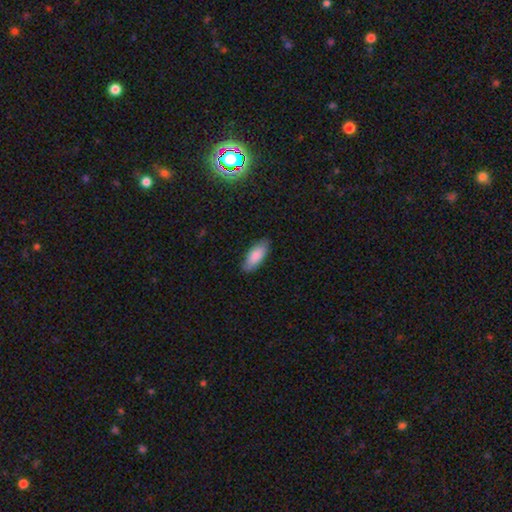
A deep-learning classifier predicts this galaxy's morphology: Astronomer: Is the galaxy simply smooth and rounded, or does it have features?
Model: smooth — 86%.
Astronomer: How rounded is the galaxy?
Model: in between — 80%.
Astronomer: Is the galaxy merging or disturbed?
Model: none — 84%.